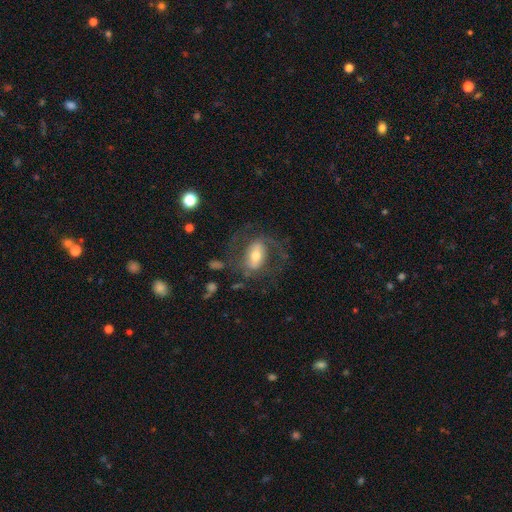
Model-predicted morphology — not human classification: smooth-or-featured: featured or disk: 66% | smooth: 26% | star or artifact: 8%
  disk-edge-on: no: 94% | yes: 6%
    bar: weak: 36% | strong: 35% | no: 28%
    has-spiral-arms: yes: 80% | no: 20%
    bulge-size: moderate: 59% | small: 26% | large: 11% | dominant: 2% | none: 2%
  merging: none: 59% | major disturbance: 22% | minor disturbance: 16% | merger: 3%